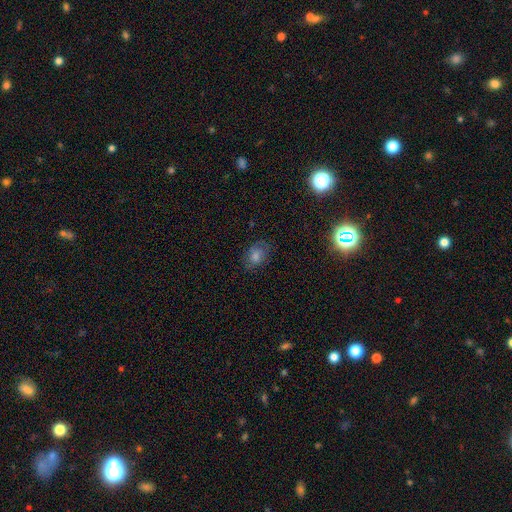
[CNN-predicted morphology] Smooth or featured?
  - smooth: 54% *
  - star or artifact: 27%
  - featured or disk: 18%
How rounded?
  - in between: 62% *
  - round: 37%
  - cigar-shaped: 1%
Merging?
  - none: 74% *
  - minor disturbance: 18%
  - major disturbance: 6%
  - merger: 1%